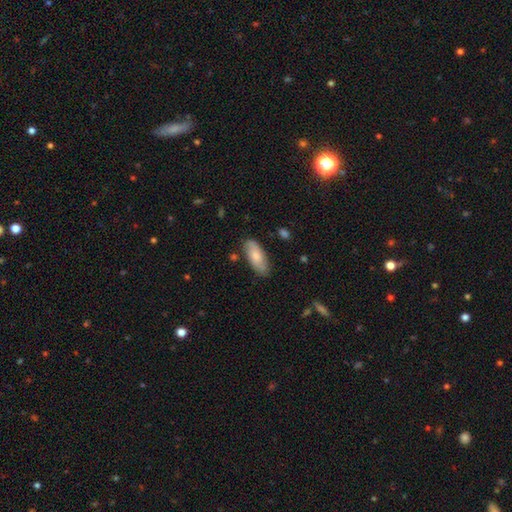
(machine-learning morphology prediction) smooth_or_featured: smooth (p=0.72) [alt: featured or disk p=0.22]
how_rounded: in between (p=0.81) [alt: cigar-shaped p=0.17]
merging: none (p=0.79) [alt: minor disturbance p=0.16]